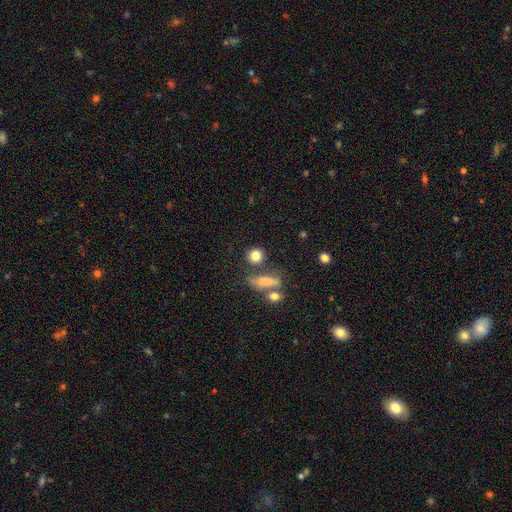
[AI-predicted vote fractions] Q: Smooth or featured?
A: smooth (82%); runner-up: star or artifact (10%)
Q: How rounded?
A: round (77%); runner-up: in between (17%)
Q: Merging?
A: none (70%); runner-up: merger (14%)